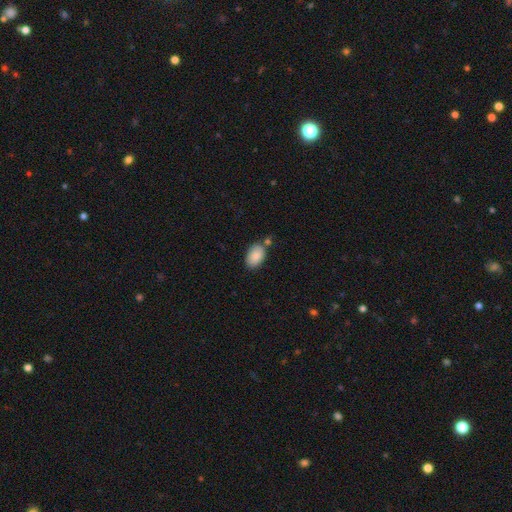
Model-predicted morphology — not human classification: A smooth galaxy with no disk features (87%) that is in between round and cigar-shaped (91%).

Vote fractions:
- Smooth or featured? smooth: 87% / star or artifact: 7% / featured or disk: 6%
- How rounded? in between: 91% / round: 7% / cigar-shaped: 1%
- Merging? none: 70% / minor disturbance: 15% / merger: 11% / major disturbance: 4%